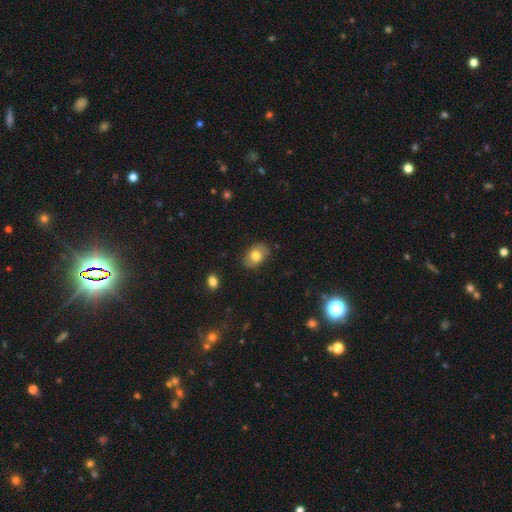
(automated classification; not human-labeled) Smooth or featured? smooth (74%)
How rounded? in between (80%)
Merging? none (81%)